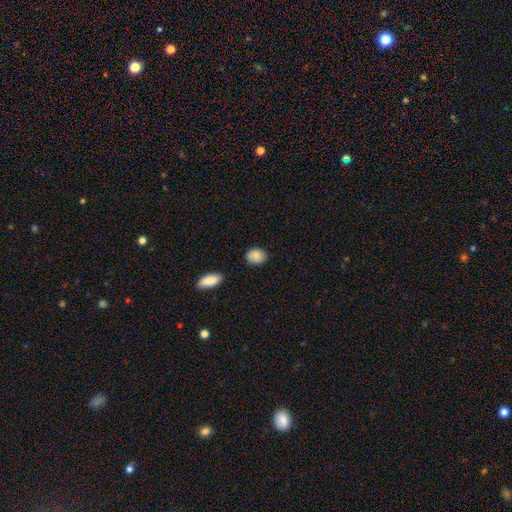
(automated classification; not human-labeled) Smooth or featured?
  - smooth: 87% *
  - star or artifact: 7%
  - featured or disk: 5%
How rounded?
  - in between: 59% *
  - round: 40%
  - cigar-shaped: 1%
Merging?
  - none: 84% *
  - minor disturbance: 11%
  - merger: 2%
  - major disturbance: 2%